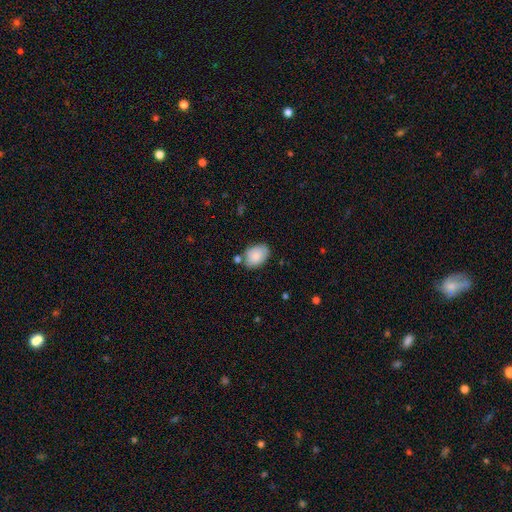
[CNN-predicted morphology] Smooth or featured?
  - smooth: 85% *
  - featured or disk: 8%
  - star or artifact: 7%
How rounded?
  - in between: 76% *
  - round: 23%
  - cigar-shaped: 1%
Merging?
  - none: 66% *
  - minor disturbance: 20%
  - merger: 9%
  - major disturbance: 5%